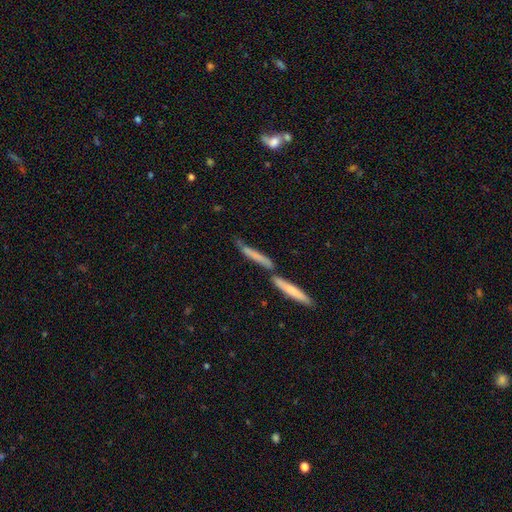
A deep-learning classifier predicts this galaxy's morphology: A smooth galaxy with no disk features (57%) that is cigar-shaped (92%). Merging: none (52%).